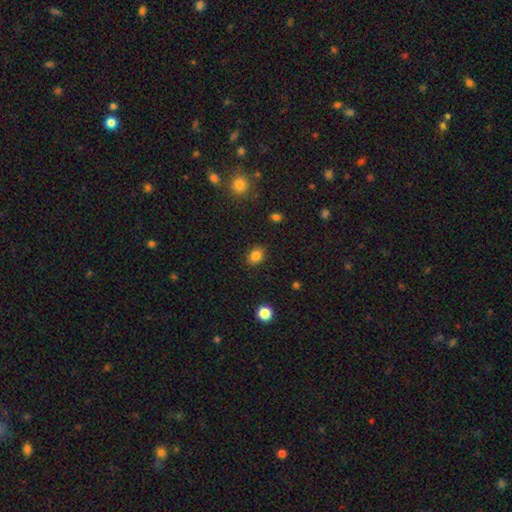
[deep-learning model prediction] Q: Smooth or featured?
A: smooth (85%); runner-up: star or artifact (11%)
Q: How rounded?
A: in between (59%); runner-up: round (40%)
Q: Merging?
A: none (86%); runner-up: minor disturbance (10%)